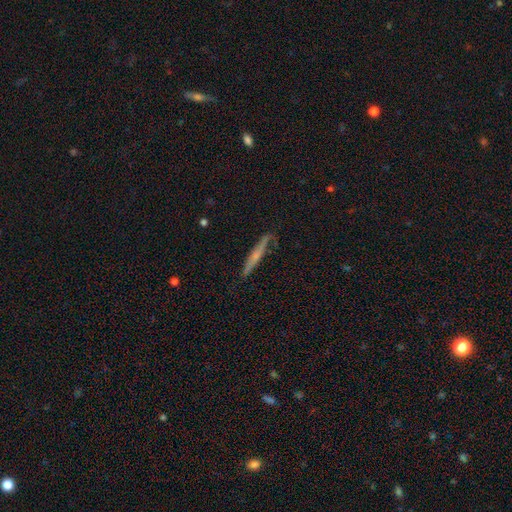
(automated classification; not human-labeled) Q: Smooth or featured?
A: featured or disk (55%); runner-up: smooth (38%)
Q: Edge-on disk?
A: yes (91%); runner-up: no (9%)
Q: Edge-on bulge?
A: rounded (53%); runner-up: none (41%)
Q: Merging?
A: none (74%); runner-up: minor disturbance (19%)